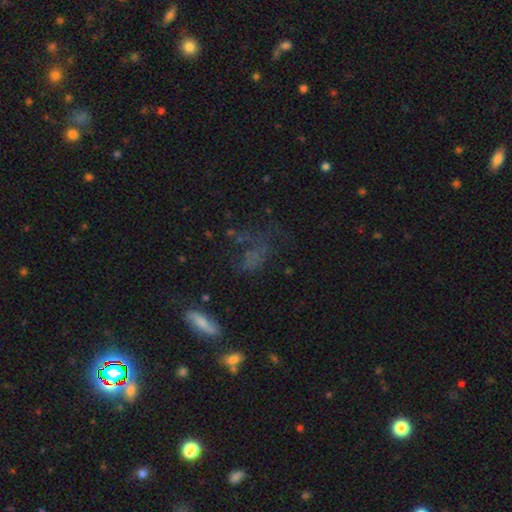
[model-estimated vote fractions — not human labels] smooth-or-featured: smooth: 39% | star or artifact: 31% | featured or disk: 29%
  merging: none: 44% | major disturbance: 31% | minor disturbance: 19% | merger: 6%